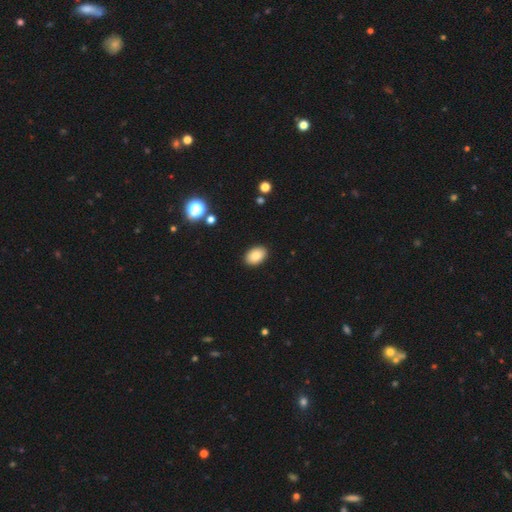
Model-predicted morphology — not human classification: Smooth or featured?
  - smooth: 87% *
  - star or artifact: 8%
  - featured or disk: 5%
How rounded?
  - in between: 88% *
  - round: 10%
  - cigar-shaped: 1%
Merging?
  - none: 90% *
  - minor disturbance: 7%
  - major disturbance: 2%
  - merger: 1%